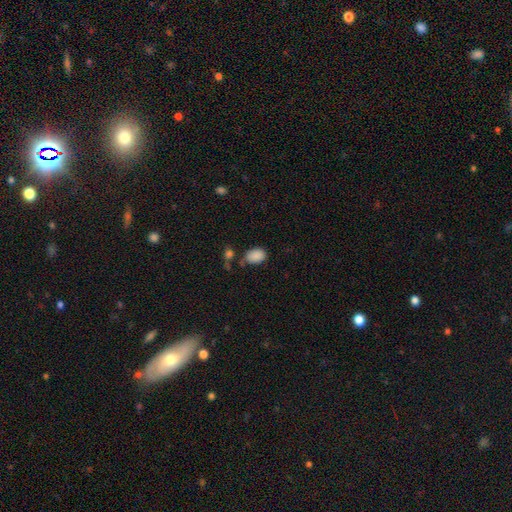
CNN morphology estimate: A smooth galaxy with no disk features (87%) that is in between round and cigar-shaped (83%). Merging: none (66%).